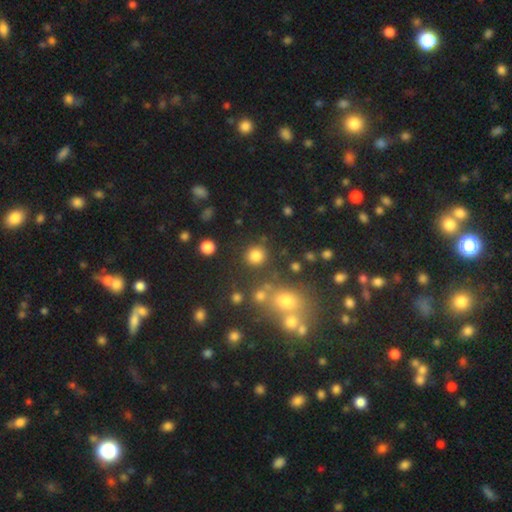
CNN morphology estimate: This appears to be a smooth galaxy with no disk features (81%) that is round (89%). Merging: none (83%).